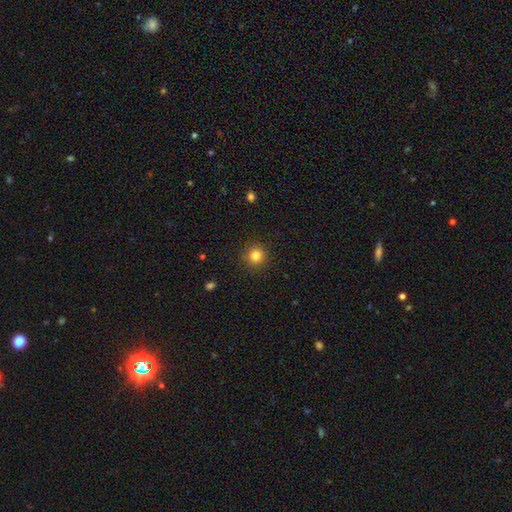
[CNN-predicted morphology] This is clearly a smooth galaxy (82%). How rounded: clearly round (93%). Merging: clearly none (90%).